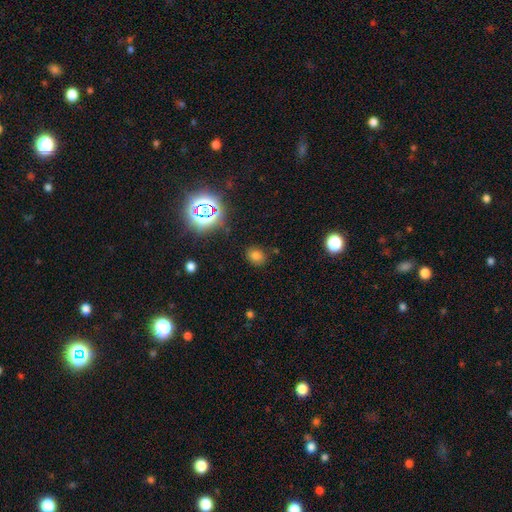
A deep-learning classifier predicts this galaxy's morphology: This is likely a smooth galaxy (70%). How rounded: possibly round (55%). Merging: clearly none (84%).